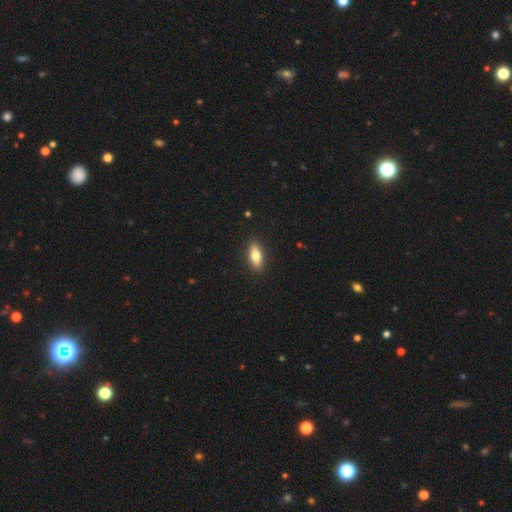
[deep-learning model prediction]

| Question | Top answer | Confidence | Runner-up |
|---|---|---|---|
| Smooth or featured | smooth | 71% | featured or disk (22%) |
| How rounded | in between | 76% | cigar-shaped (20%) |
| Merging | none | 90% | minor disturbance (7%) |